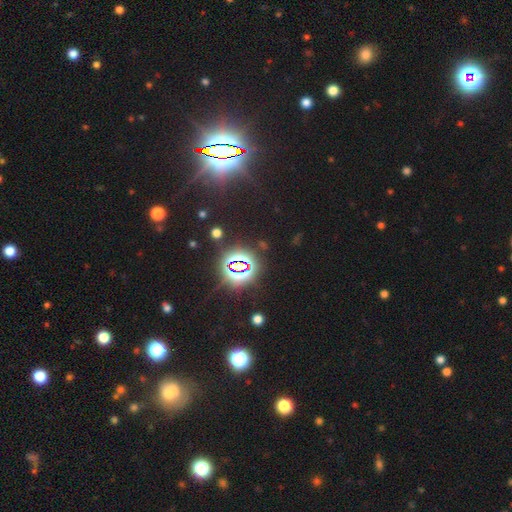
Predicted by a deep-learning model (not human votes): Smooth or featured? Predicted: star or artifact (p=0.80).